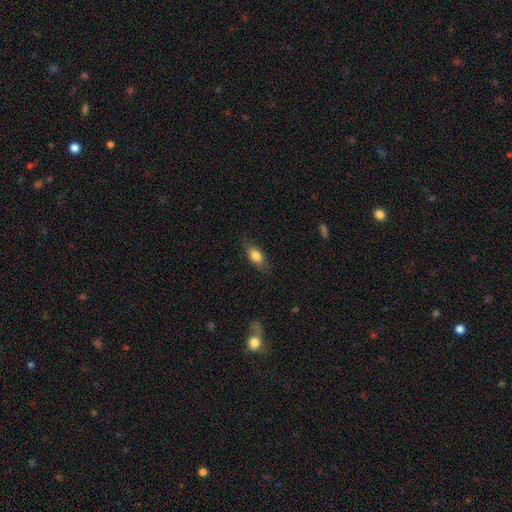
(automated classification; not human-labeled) smooth-or-featured: smooth: 76% | featured or disk: 17% | star or artifact: 7%
  how-rounded: in between: 79% | cigar-shaped: 16% | round: 5%
  merging: none: 79% | minor disturbance: 16% | major disturbance: 4% | merger: 1%